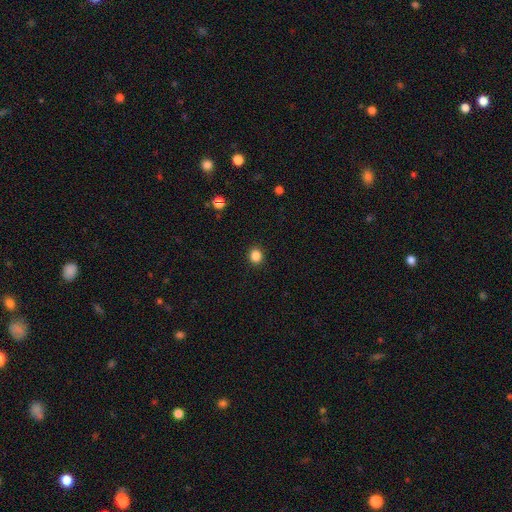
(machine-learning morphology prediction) Smooth or featured?
  - smooth: 86% *
  - star or artifact: 11%
  - featured or disk: 3%
How rounded?
  - round: 80% *
  - in between: 19%
  - cigar-shaped: 1%
Merging?
  - none: 92% *
  - minor disturbance: 6%
  - major disturbance: 2%
  - merger: 1%